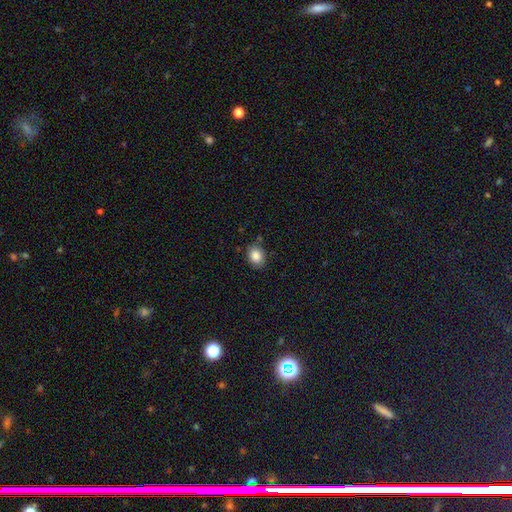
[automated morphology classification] type=smooth (86%); roundness=in between (53%); merging=none (80%).